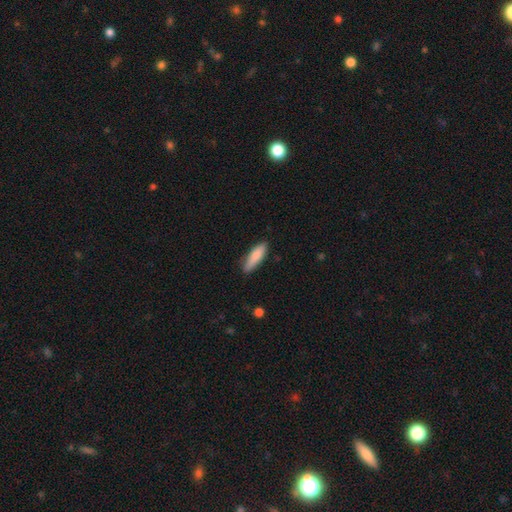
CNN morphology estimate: Q: Smooth or featured?
A: smooth (84%); runner-up: featured or disk (10%)
Q: How rounded?
A: cigar-shaped (59%); runner-up: in between (39%)
Q: Merging?
A: none (80%); runner-up: minor disturbance (16%)